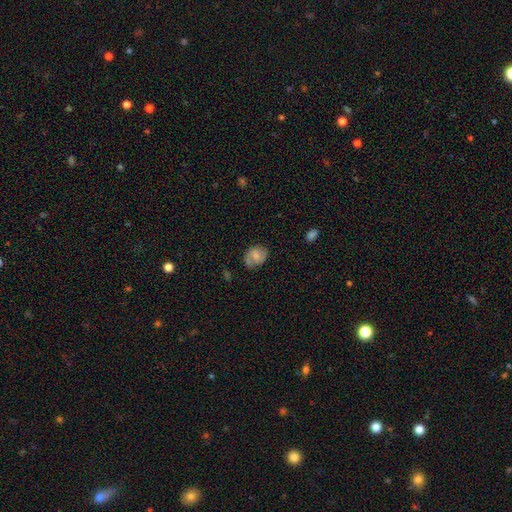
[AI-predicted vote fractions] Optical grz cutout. It shows a smooth galaxy with no disk features (56%) that is in between round and cigar-shaped (53%). Merging: none (62%).